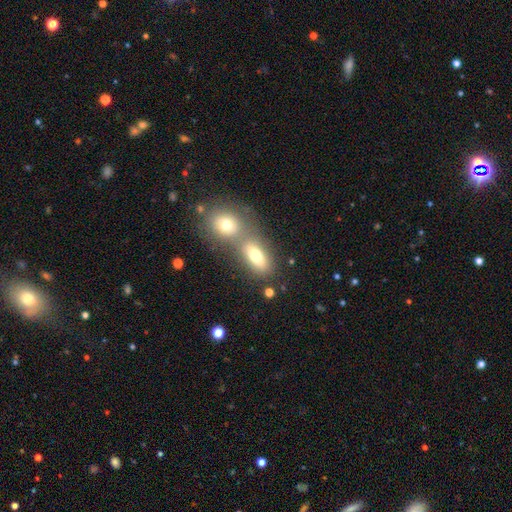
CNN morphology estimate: smooth-or-featured: smooth: 72% | featured or disk: 17% | star or artifact: 11%
  how-rounded: in between: 78% | round: 12% | cigar-shaped: 10%
  merging: merger: 43% (tied) | none: 43% (tied) | minor disturbance: 9% | major disturbance: 4%